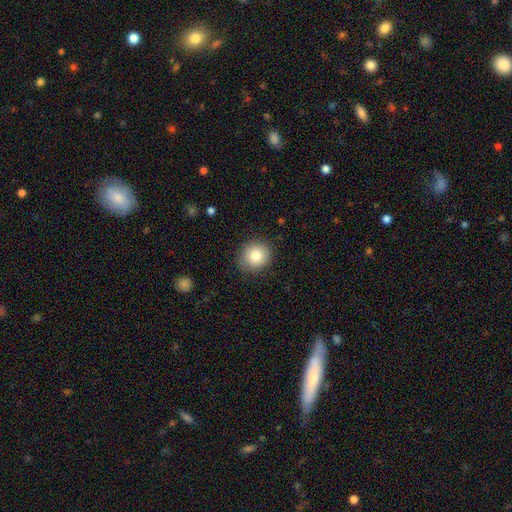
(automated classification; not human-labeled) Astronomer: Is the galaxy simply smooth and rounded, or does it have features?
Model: smooth — 82%.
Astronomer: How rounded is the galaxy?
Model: round — 86%.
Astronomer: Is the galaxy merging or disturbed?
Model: none — 88%.